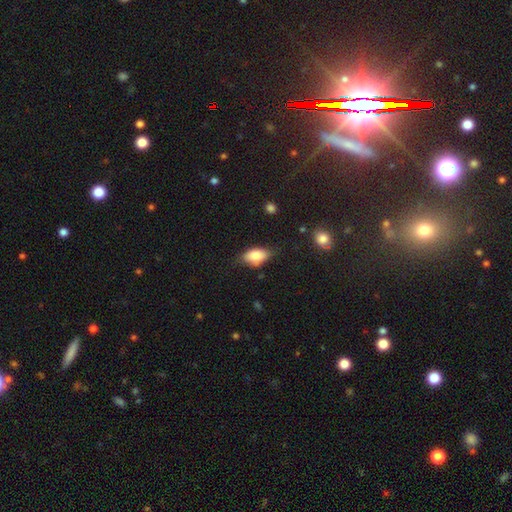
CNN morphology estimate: type=smooth (79%); roundness=in between (89%); merging=none (66%).